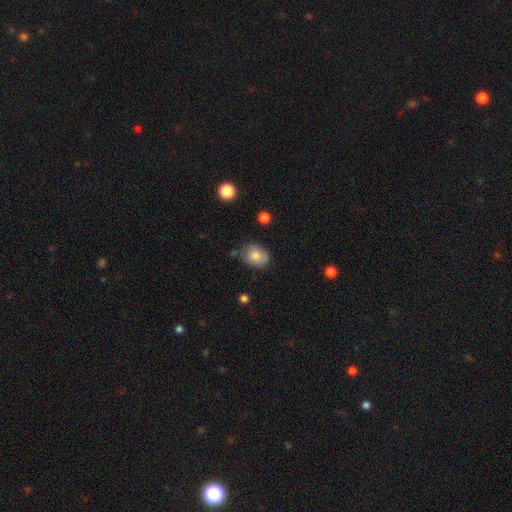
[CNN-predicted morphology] Overall: smooth (78%). How rounded: in between (65%; round 34%). Merging: none (66%).